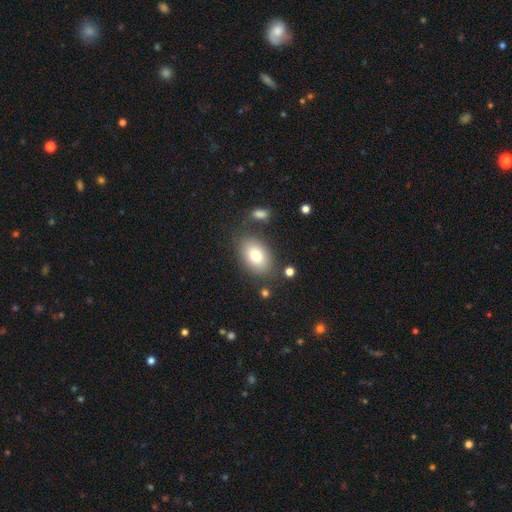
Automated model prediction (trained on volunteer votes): Smooth or featured? Predicted: smooth (p=0.77). How rounded? Predicted: in between (p=0.85). Merging? Predicted: none (p=0.79).